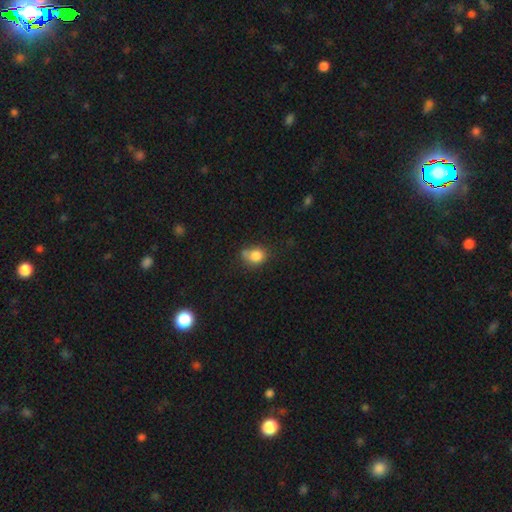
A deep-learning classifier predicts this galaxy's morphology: This appears to be a smooth galaxy with no disk features (81%) that is round (60%). Merging: none (47%).